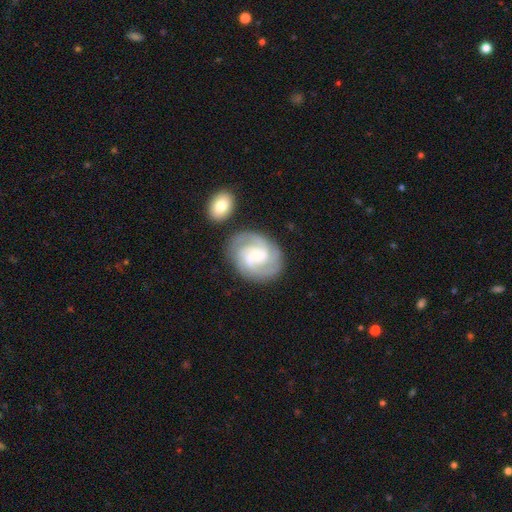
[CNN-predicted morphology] smooth_or_featured: featured or disk (p=0.86) [alt: smooth p=0.09]
disk_edge_on: no (p=0.98) [alt: yes p=0.02]
bar: no (p=0.55) [alt: weak p=0.36]
has_spiral_arms: yes (p=0.98) [alt: no p=0.02]
spiral_winding: tight (p=0.53) [alt: medium p=0.40]
spiral_arm_count: 3 (p=0.43) [alt: 2 p=0.28]
bulge_size: small (p=0.61) [alt: moderate p=0.26]
merging: none (p=0.75) [alt: minor disturbance p=0.14]